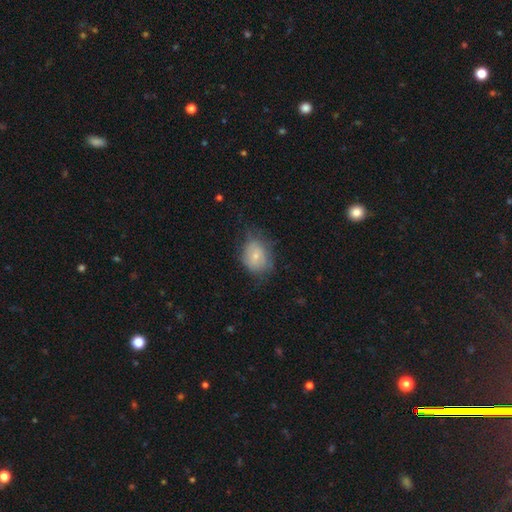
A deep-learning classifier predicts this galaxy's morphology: Smooth or featured?
  - smooth: 67% *
  - featured or disk: 24%
  - star or artifact: 9%
How rounded?
  - in between: 50% *
  - round: 49%
  - cigar-shaped: 1%
Merging?
  - none: 57% *
  - minor disturbance: 29%
  - major disturbance: 13%
  - merger: 1%